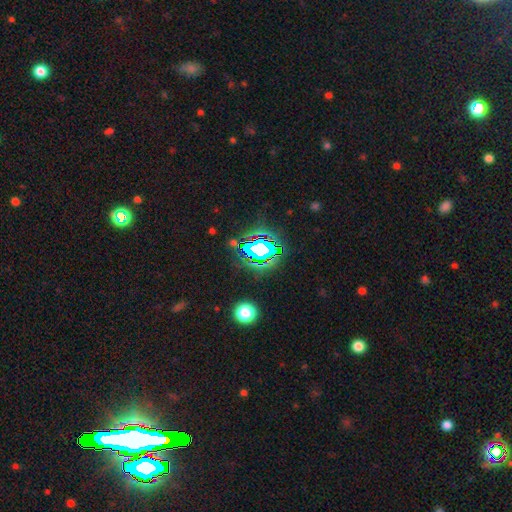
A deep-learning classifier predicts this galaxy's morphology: star or artifact 81%, smooth 12%, featured or disk 8%.